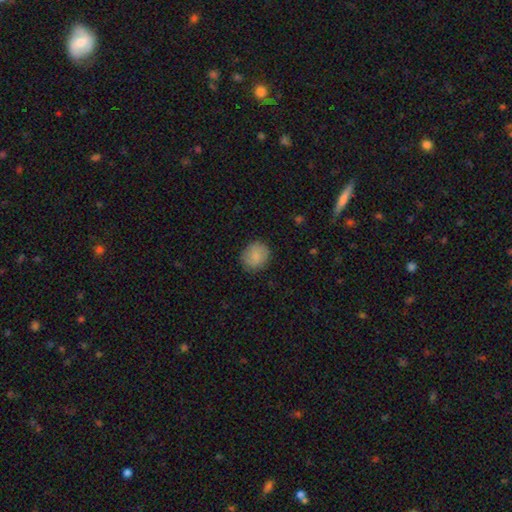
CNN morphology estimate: The model was most divided on "how rounded": round: 75%, in between: 24%, cigar-shaped: 1%. More confident: merging — none (85%); smooth or featured — smooth (84%).